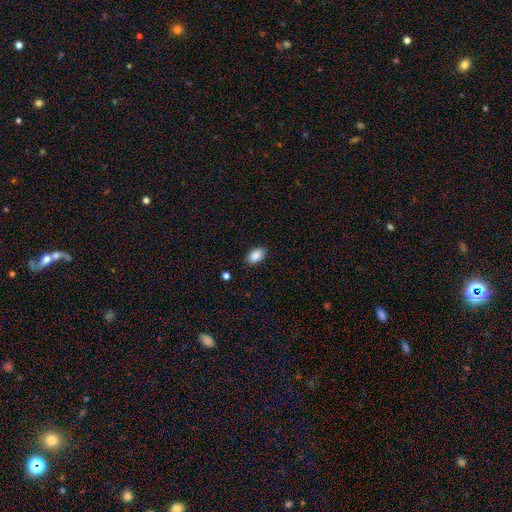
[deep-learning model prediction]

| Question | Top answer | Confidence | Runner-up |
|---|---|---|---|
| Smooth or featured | smooth | 88% | star or artifact (7%) |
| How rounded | in between | 93% | round (6%) |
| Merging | none | 86% | minor disturbance (10%) |